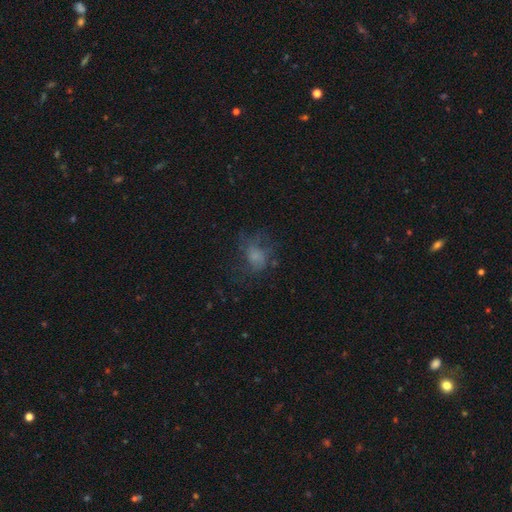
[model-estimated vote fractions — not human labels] smooth_or_featured: smooth (p=0.51) [alt: featured or disk p=0.31]
how_rounded: round (p=0.51) [alt: in between p=0.47]
merging: none (p=0.47) [alt: major disturbance p=0.31]